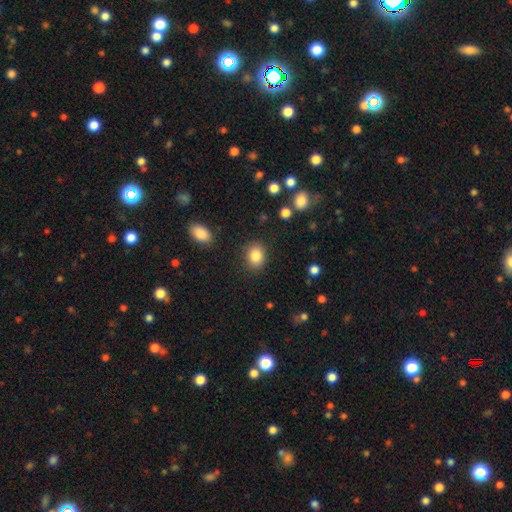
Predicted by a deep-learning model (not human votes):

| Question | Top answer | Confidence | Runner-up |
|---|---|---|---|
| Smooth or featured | smooth | 85% | star or artifact (9%) |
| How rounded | round | 50% | in between (49%) |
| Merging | none | 86% | minor disturbance (10%) |